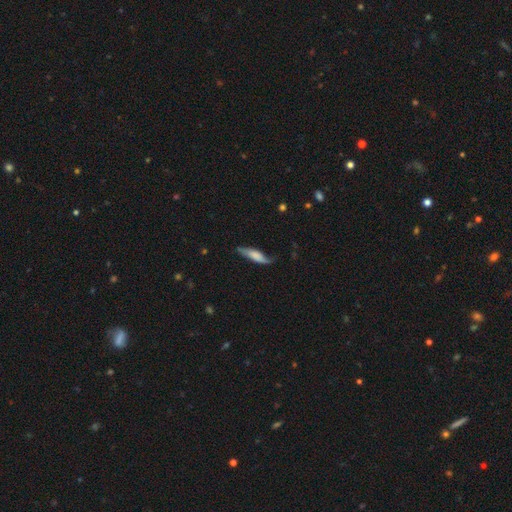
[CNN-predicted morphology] smooth 53%, featured or disk 40%, star or artifact 7%. Down the decision tree: how rounded — cigar-shaped (64%); merging — none (60%).